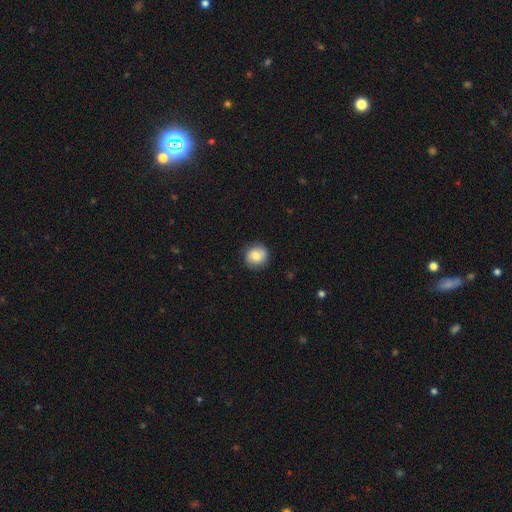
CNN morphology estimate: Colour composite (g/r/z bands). It shows a smooth galaxy with no disk features (71%) that is round (85%). Merging: none (84%).